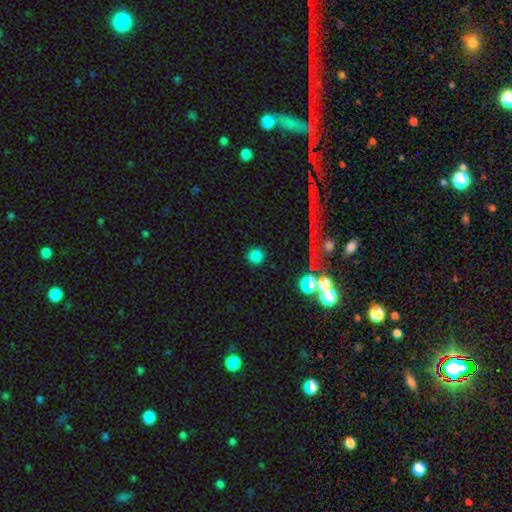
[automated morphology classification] Smooth or featured? Predicted: smooth (p=0.80). How rounded? Predicted: round (p=0.93). Merging? Predicted: none (p=0.90).